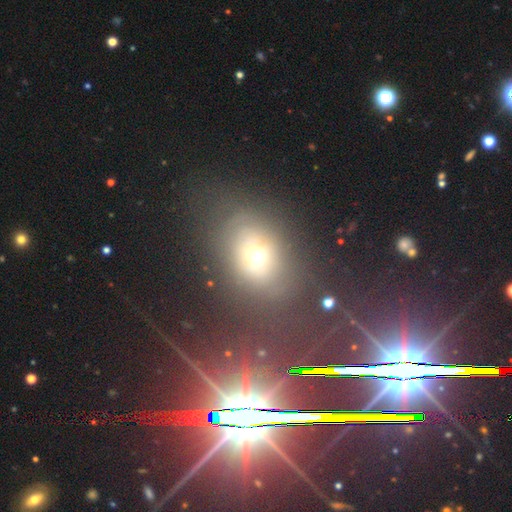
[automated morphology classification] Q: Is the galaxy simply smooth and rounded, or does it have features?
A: smooth — 51%.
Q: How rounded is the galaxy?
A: in between — 52%.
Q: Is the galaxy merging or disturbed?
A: none — 67%.